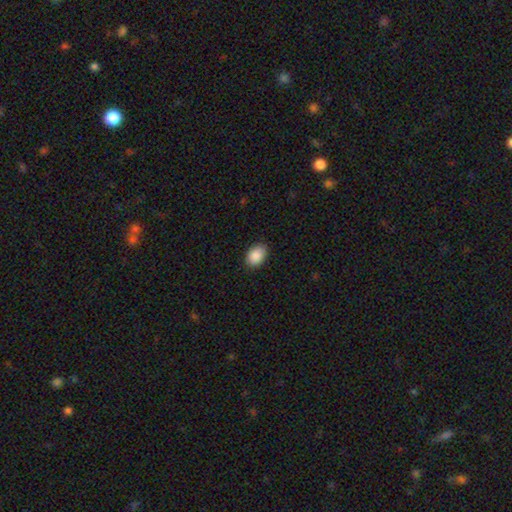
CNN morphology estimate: Smooth or featured?
  - smooth: 89% *
  - star or artifact: 7%
  - featured or disk: 3%
How rounded?
  - in between: 83% *
  - round: 16%
  - cigar-shaped: 1%
Merging?
  - none: 87% *
  - minor disturbance: 10%
  - major disturbance: 2%
  - merger: 1%